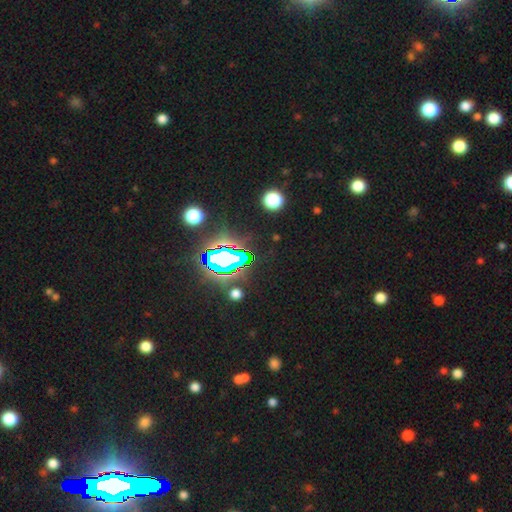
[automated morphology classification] Smooth or featured?
  - star or artifact: 82% *
  - smooth: 11%
  - featured or disk: 7%